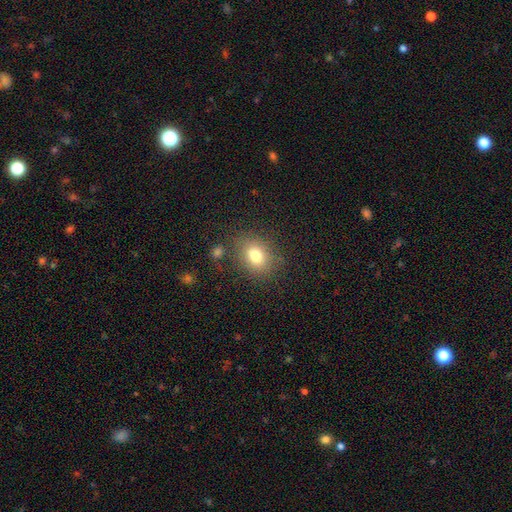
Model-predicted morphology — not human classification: A smooth galaxy with no disk features (76%) that is in between round and cigar-shaped (58%).

Vote fractions:
- Smooth or featured? smooth: 76% / star or artifact: 12% / featured or disk: 12%
- How rounded? in between: 58% / round: 41% / cigar-shaped: 1%
- Merging? none: 76% / minor disturbance: 14% / major disturbance: 5% / merger: 5%